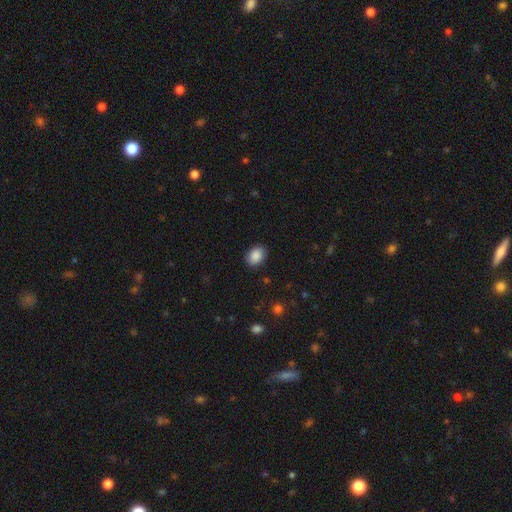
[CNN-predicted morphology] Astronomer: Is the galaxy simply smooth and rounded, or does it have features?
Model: smooth — 89%.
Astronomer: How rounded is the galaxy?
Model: in between — 71%.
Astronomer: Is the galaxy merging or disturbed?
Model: none — 89%.